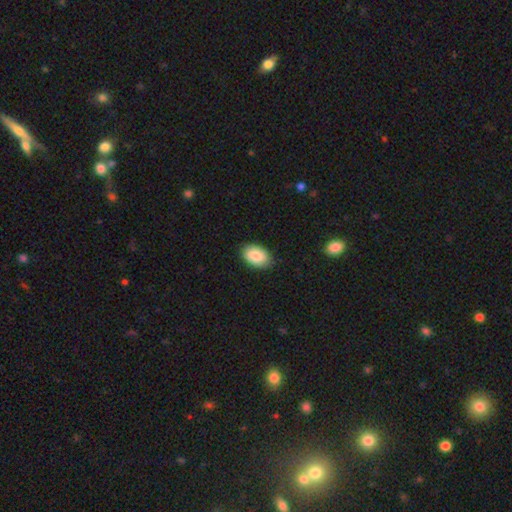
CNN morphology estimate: This appears to be a smooth galaxy with no disk features (86%) that is in between round and cigar-shaped (90%). Merging: none (85%).